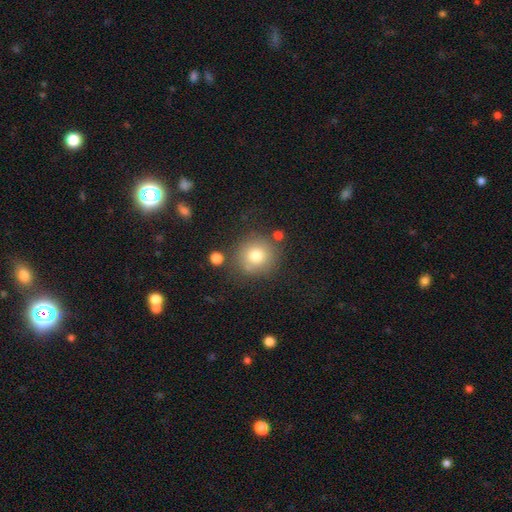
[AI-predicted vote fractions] A smooth galaxy with no disk features (76%) that is round (92%). Merging: none (77%).